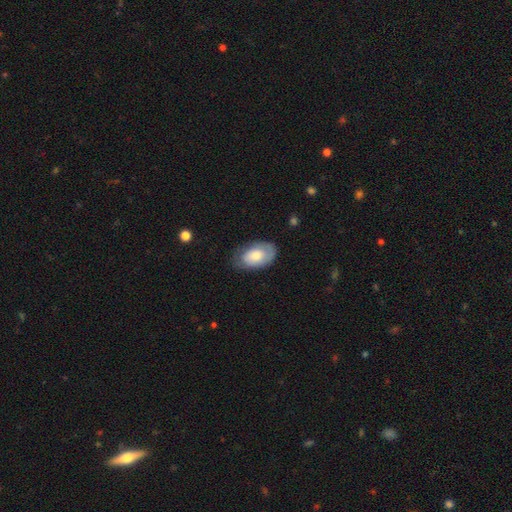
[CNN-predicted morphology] smooth_or_featured: smooth (p=0.66) [alt: featured or disk p=0.28]
how_rounded: in between (p=0.93) [alt: round p=0.06]
merging: none (p=0.66) [alt: minor disturbance p=0.25]